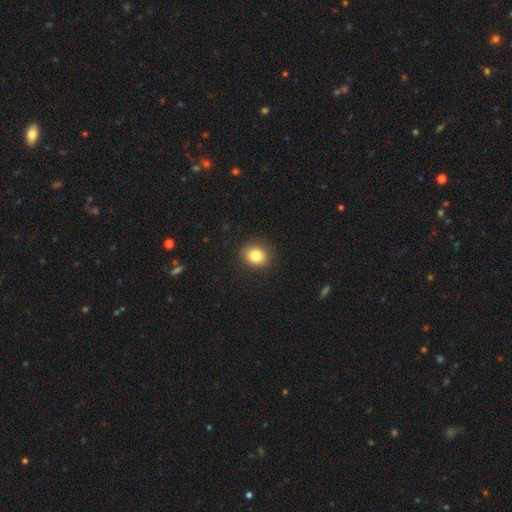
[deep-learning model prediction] Smooth or featured? smooth (82%)
How rounded? round (73%)
Merging? none (90%)